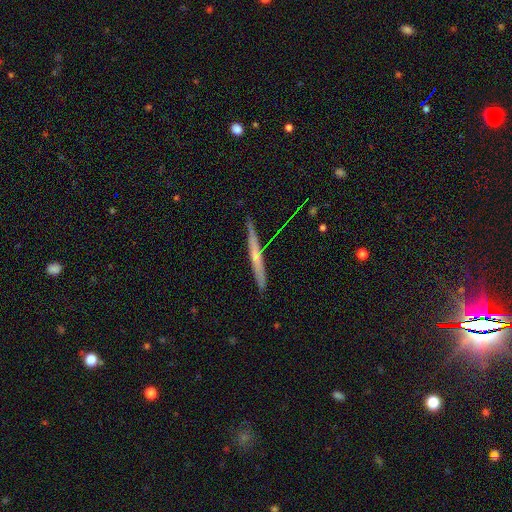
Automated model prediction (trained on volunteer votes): Smooth or featured? Predicted: featured or disk (p=0.62). Edge-on disk? Predicted: yes (p=0.97). Edge-on bulge? Predicted: rounded (p=0.52). Merging? Predicted: none (p=0.88).